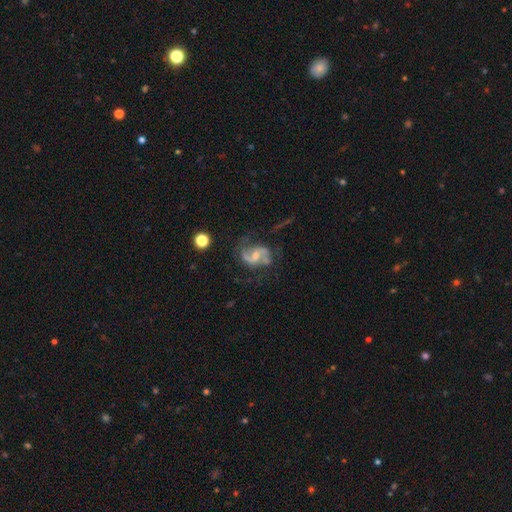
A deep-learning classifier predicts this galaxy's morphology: Smooth or featured? Predicted: featured or disk (p=0.84). Edge-on disk? Predicted: no (p=0.97). Bar? Predicted: weak (p=0.46). Spiral arms? Predicted: yes (p=0.94). Spiral winding? Predicted: medium (p=0.45). Spiral arm count? Predicted: 2 (p=0.88). Bulge size? Predicted: moderate (p=0.55). Merging? Predicted: none (p=0.62).